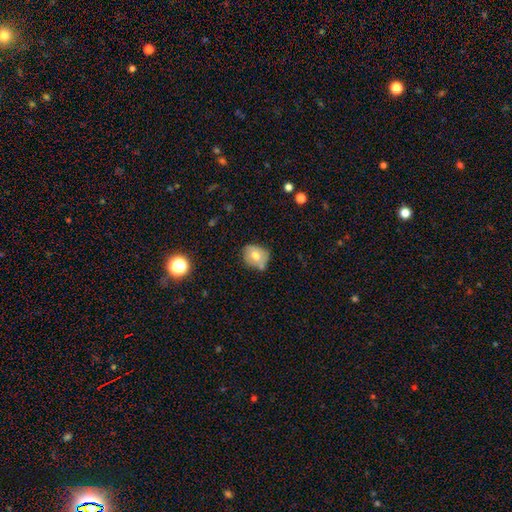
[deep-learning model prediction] A smooth galaxy with no disk features (66%) that is round (60%). Merging: none (56%).